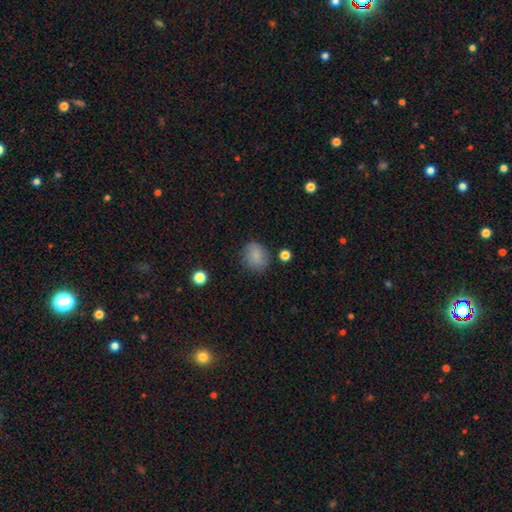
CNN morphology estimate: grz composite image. It shows a smooth galaxy with no disk features (84%) that is round (61%). Merging: none (80%).